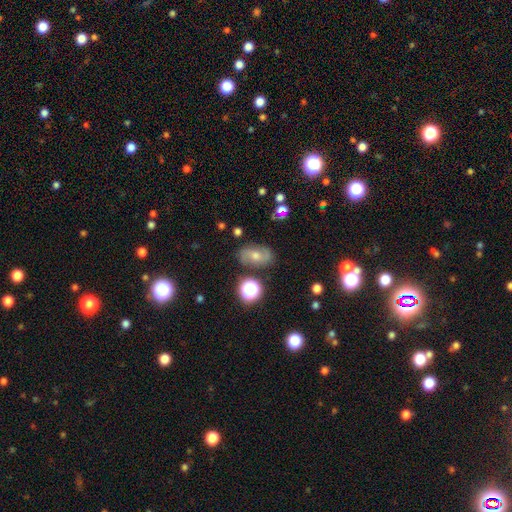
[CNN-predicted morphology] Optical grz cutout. It shows a featured or disk galaxy (45%). Merging: none (80%).